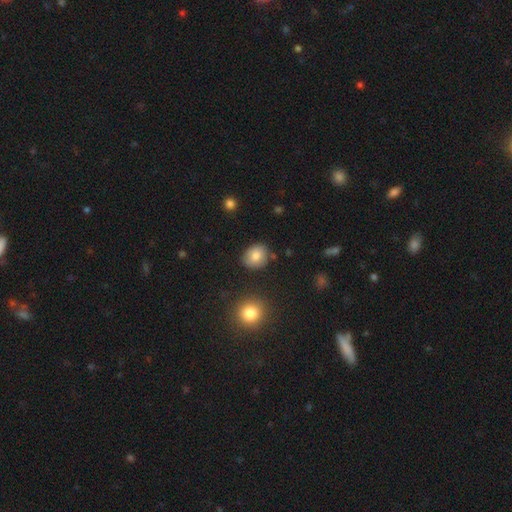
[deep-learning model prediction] smooth-or-featured: smooth: 81% | featured or disk: 10% | star or artifact: 9%
  how-rounded: round: 57% | in between: 42% | cigar-shaped: 1%
  merging: none: 82% | minor disturbance: 12% | merger: 3% | major disturbance: 3%